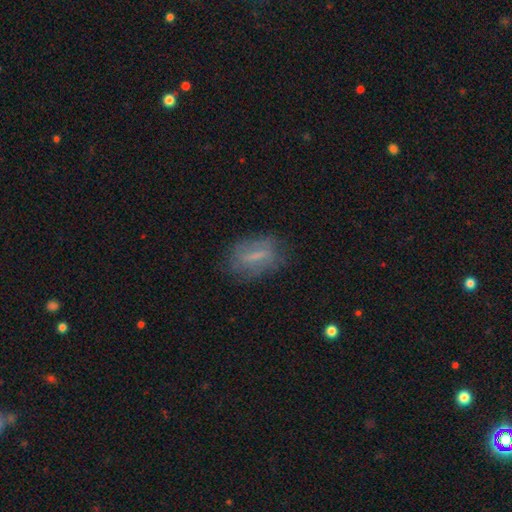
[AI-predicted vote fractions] A smooth galaxy with no disk features (47%). Merging: none (70%).